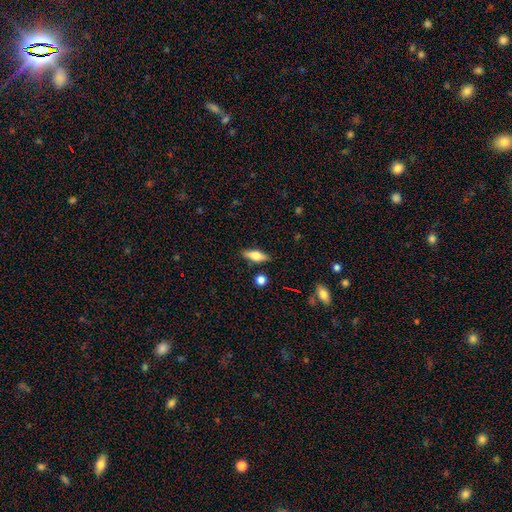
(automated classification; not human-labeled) A smooth galaxy with no disk features (59%) that is in between round and cigar-shaped (55%).

Vote fractions:
- Smooth or featured? smooth: 59% / featured or disk: 34% / star or artifact: 7%
- How rounded? in between: 55% / cigar-shaped: 42% / round: 3%
- Merging? none: 85% / minor disturbance: 10% / merger: 3% / major disturbance: 2%